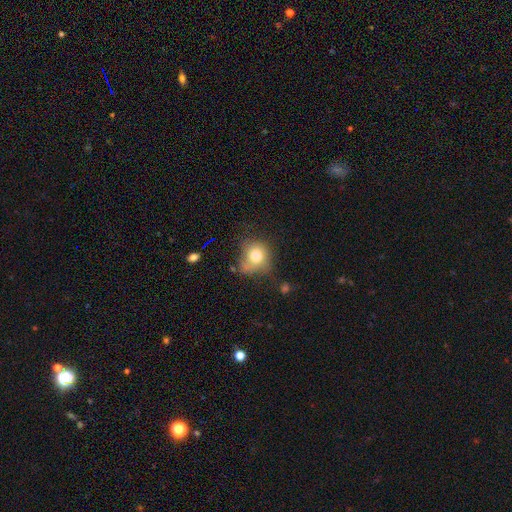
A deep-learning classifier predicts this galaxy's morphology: Smooth or featured? Predicted: smooth (p=0.75). How rounded? Predicted: round (p=0.75). Merging? Predicted: none (p=0.52).